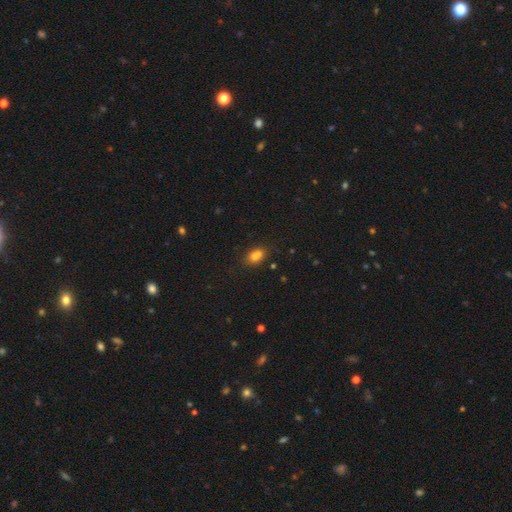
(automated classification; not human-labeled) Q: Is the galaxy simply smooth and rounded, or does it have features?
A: smooth — 76%.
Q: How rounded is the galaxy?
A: in between — 72%.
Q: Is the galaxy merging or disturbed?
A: none — 53%.